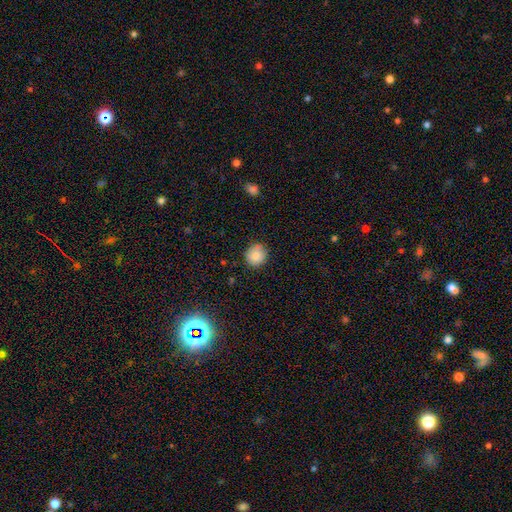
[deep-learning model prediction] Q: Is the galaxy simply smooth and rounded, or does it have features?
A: smooth — 83%.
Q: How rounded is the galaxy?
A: round — 85%.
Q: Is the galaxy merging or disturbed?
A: none — 79%.